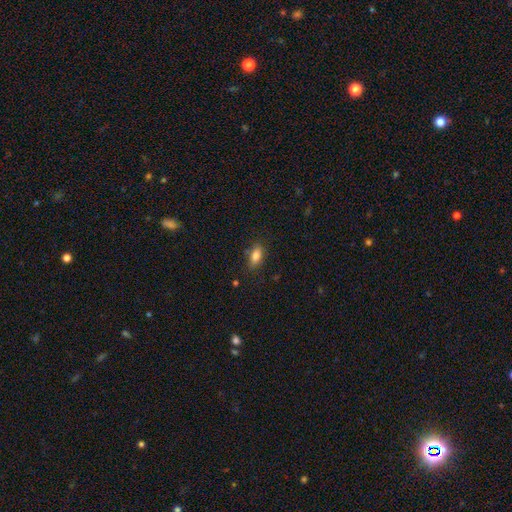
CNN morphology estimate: A smooth galaxy with no disk features (82%) that is in between round and cigar-shaped (85%). Merging: none (82%).